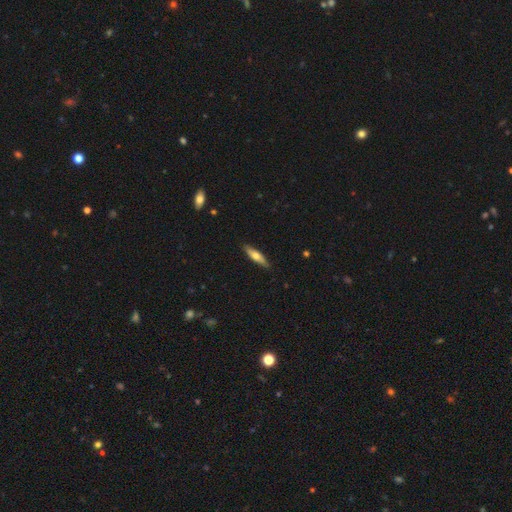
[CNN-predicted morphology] A smooth galaxy with no disk features (52%) that is cigar-shaped (74%). Merging: none (89%).